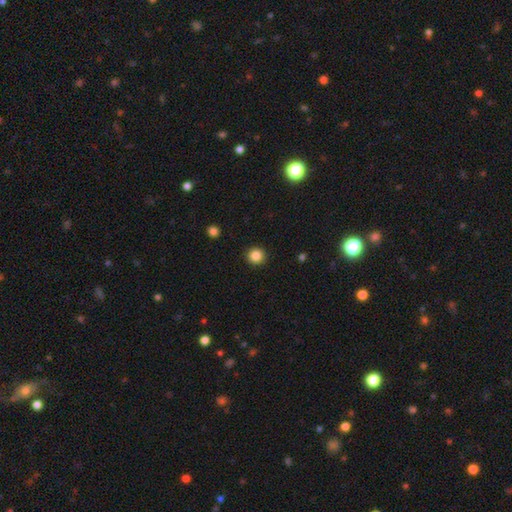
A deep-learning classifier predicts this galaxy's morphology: Smooth or featured?
  - smooth: 85% *
  - star or artifact: 11%
  - featured or disk: 4%
How rounded?
  - round: 94% *
  - in between: 6%
  - cigar-shaped: 1%
Merging?
  - none: 92% *
  - minor disturbance: 5%
  - major disturbance: 2%
  - merger: 1%